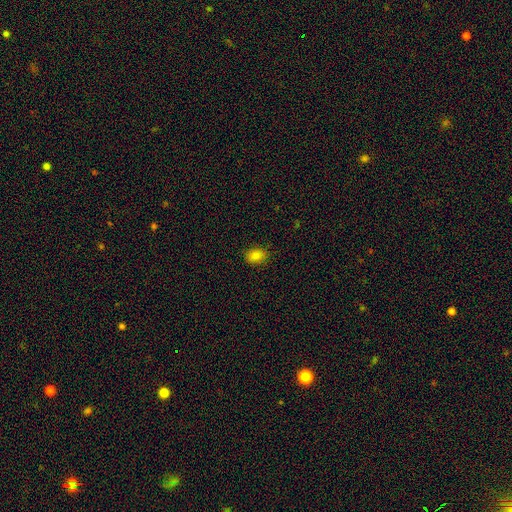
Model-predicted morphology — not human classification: A smooth galaxy with no disk features (81%) that is in between round and cigar-shaped (60%). Merging: none (86%).